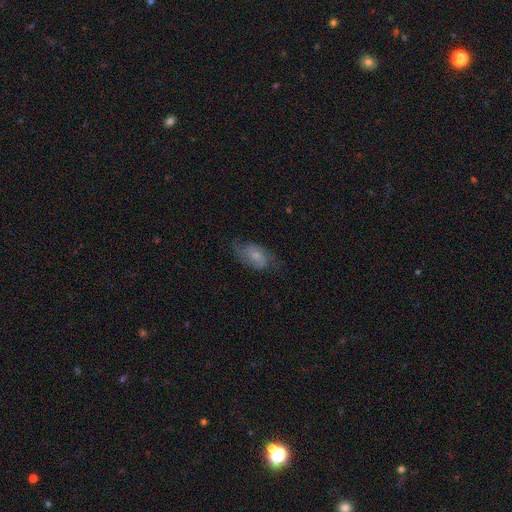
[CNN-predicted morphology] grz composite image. It shows a featured or disk galaxy (58%) with no bar (65%), spiral arms (86%) and a small central bulge (45%). Merging: none (63%).